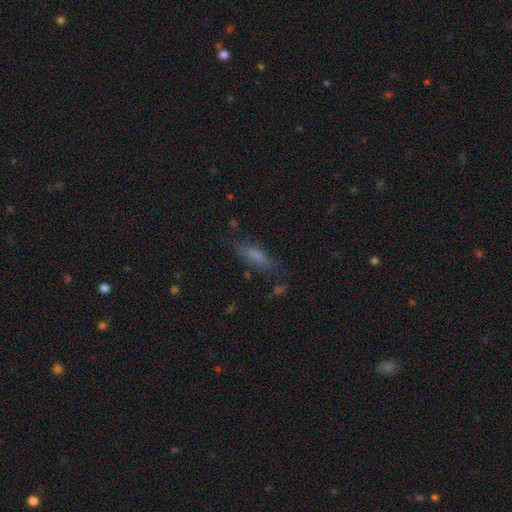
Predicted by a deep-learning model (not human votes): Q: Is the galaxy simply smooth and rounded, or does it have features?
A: smooth — 74%.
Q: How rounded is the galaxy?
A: in between — 53%.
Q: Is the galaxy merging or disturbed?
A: none — 73%.